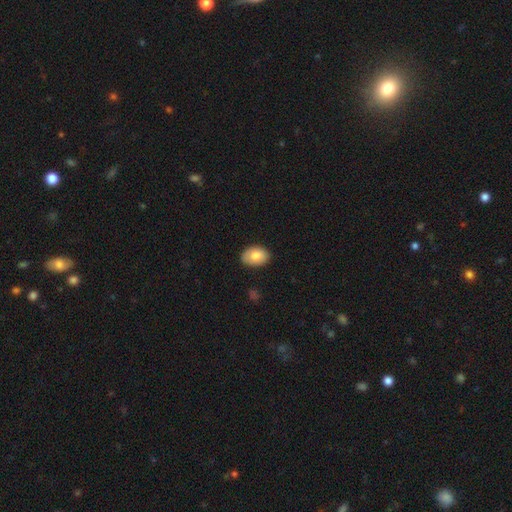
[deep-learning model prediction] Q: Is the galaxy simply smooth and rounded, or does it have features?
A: smooth — 81%.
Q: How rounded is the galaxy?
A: in between — 82%.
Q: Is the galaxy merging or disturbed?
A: none — 84%.